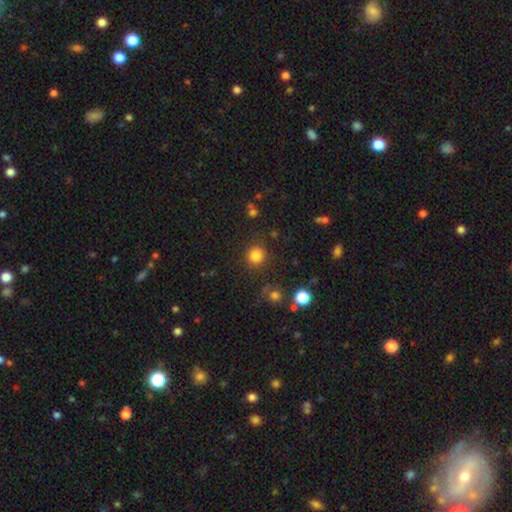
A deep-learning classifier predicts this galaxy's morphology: Smooth or featured? Predicted: smooth (p=0.83). How rounded? Predicted: round (p=0.92). Merging? Predicted: none (p=0.86).